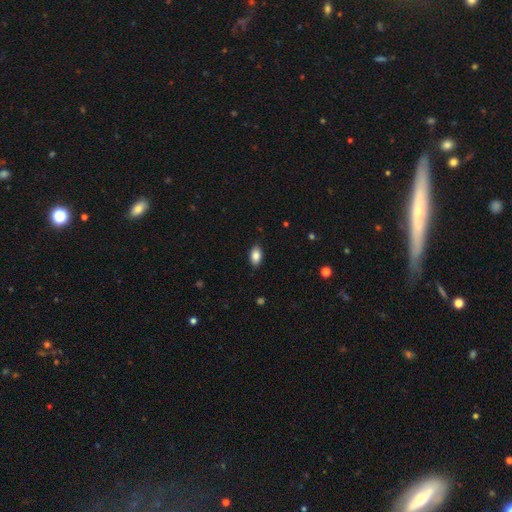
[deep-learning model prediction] A smooth galaxy with no disk features (86%) that is in between round and cigar-shaped (92%).

Vote fractions:
- Smooth or featured? smooth: 86% / star or artifact: 8% / featured or disk: 6%
- How rounded? in between: 92% / round: 6% / cigar-shaped: 2%
- Merging? none: 88% / minor disturbance: 9% / major disturbance: 2% / merger: 1%